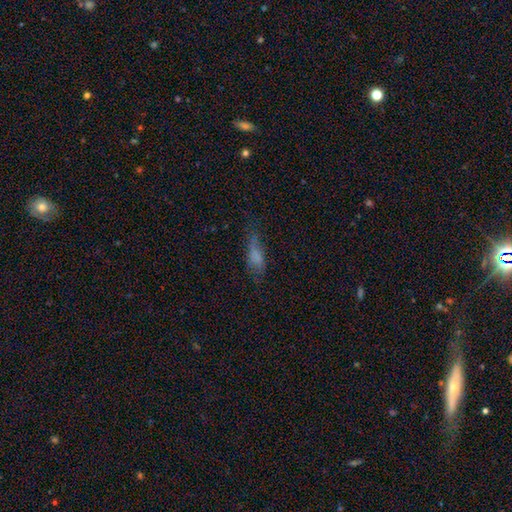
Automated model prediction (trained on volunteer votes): Overall: smooth (68%). How rounded: in between (59%; cigar-shaped 37%). Merging: none (45%; minor disturbance 32%).